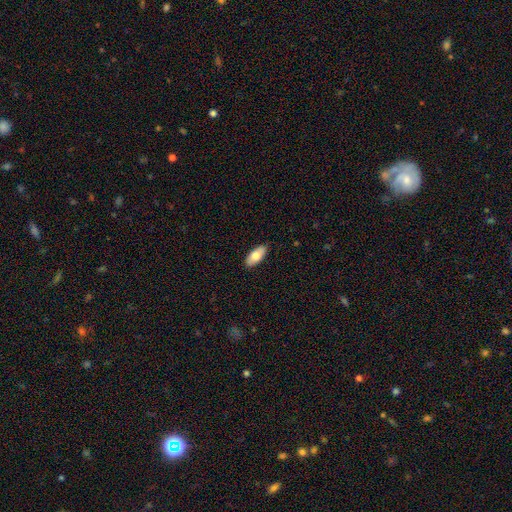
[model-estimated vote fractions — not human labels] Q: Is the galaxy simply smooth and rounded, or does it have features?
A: smooth — 75%.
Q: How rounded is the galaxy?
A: in between — 89%.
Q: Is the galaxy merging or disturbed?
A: none — 88%.